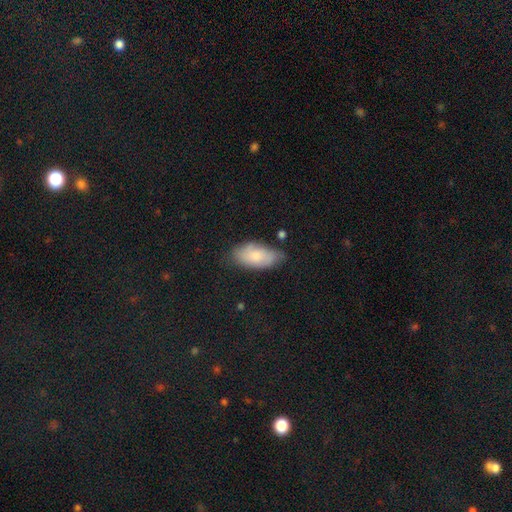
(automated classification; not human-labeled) Morphology: type=smooth (76%); roundness=in between (91%); merging=none (65%).